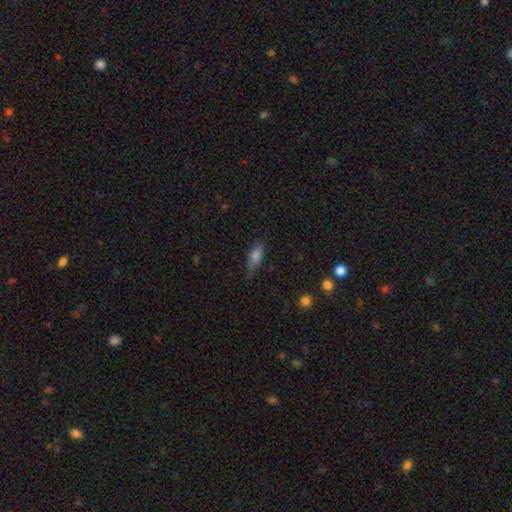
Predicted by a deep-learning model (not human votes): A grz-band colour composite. It shows a smooth galaxy with no disk features (75%) that is in between round and cigar-shaped (65%). Merging: none (68%).